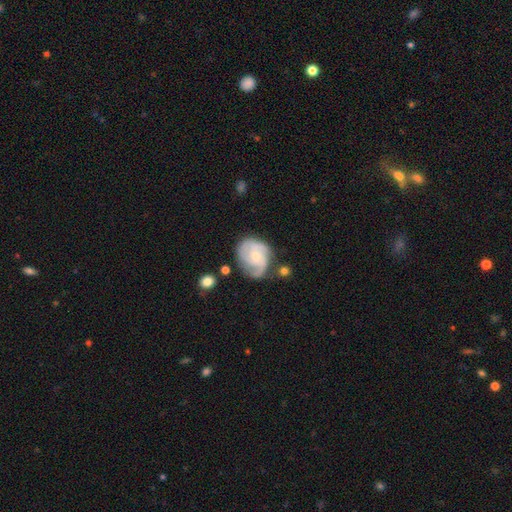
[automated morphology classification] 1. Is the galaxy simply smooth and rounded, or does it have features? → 77% featured or disk, 17% smooth, 6% star or artifact.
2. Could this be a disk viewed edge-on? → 98% no, 2% yes.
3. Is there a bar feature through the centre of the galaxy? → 72% no, 25% weak, 4% strong.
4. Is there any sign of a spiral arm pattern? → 94% yes, 6% no.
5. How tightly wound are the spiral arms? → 44% tight, 42% medium, 14% loose.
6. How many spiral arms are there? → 42% 3, 27% 2, 17% can't tell, 7% 4, 5% 1, 4% more than 4.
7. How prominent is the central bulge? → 68% small, 27% moderate, 3% none, 1% large, 1% dominant.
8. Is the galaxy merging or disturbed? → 59% none, 25% minor disturbance, 12% major disturbance, 4% merger.